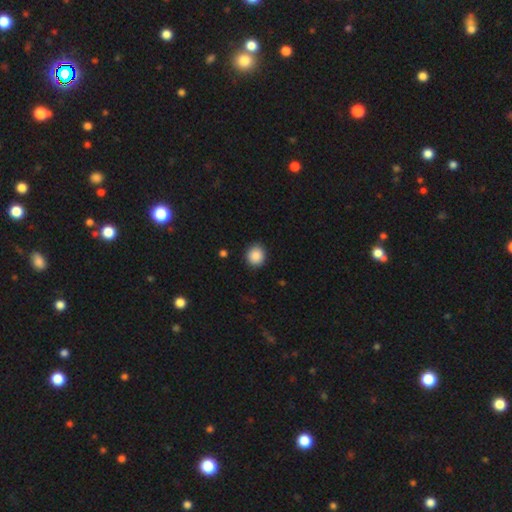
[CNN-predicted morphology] smooth 89%, star or artifact 8%, featured or disk 3%. Down the decision tree: how rounded — round (82%); merging — none (90%).